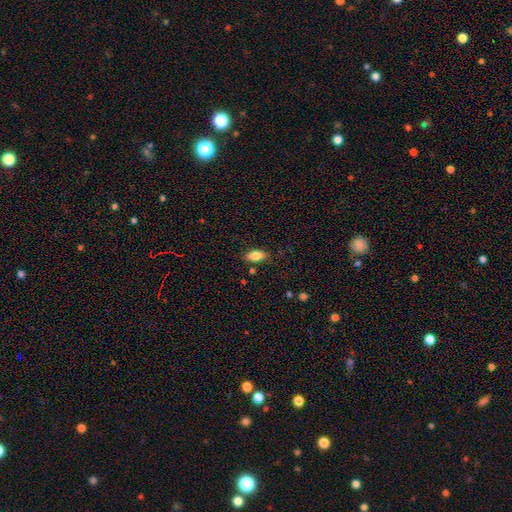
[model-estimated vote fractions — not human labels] A smooth galaxy with no disk features (83%) that is in between round and cigar-shaped (87%).

Vote fractions:
- Smooth or featured? smooth: 83% / featured or disk: 10% / star or artifact: 8%
- How rounded? in between: 87% / cigar-shaped: 9% / round: 3%
- Merging? none: 83% / minor disturbance: 12% / major disturbance: 3% / merger: 2%